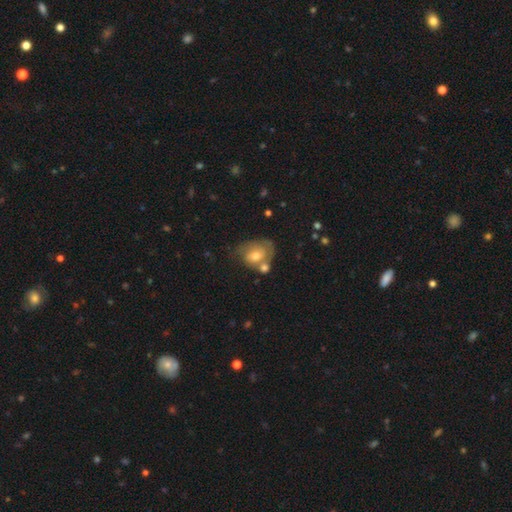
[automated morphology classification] Smooth or featured? smooth (51%)
How rounded? in between (64%)
Merging? none (37%)